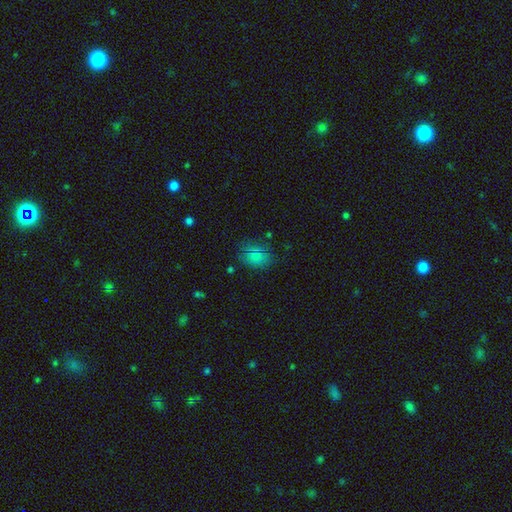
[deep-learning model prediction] Smooth or featured? Predicted: smooth (p=0.82). How rounded? Predicted: in between (p=0.60). Merging? Predicted: none (p=0.75).